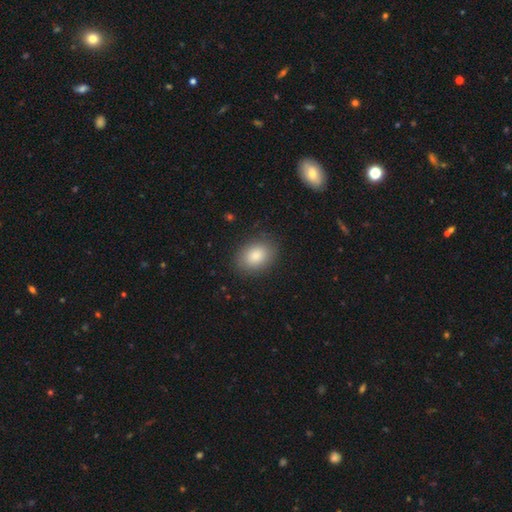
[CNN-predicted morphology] type=smooth (86%); roundness=in between (72%); merging=none (87%).